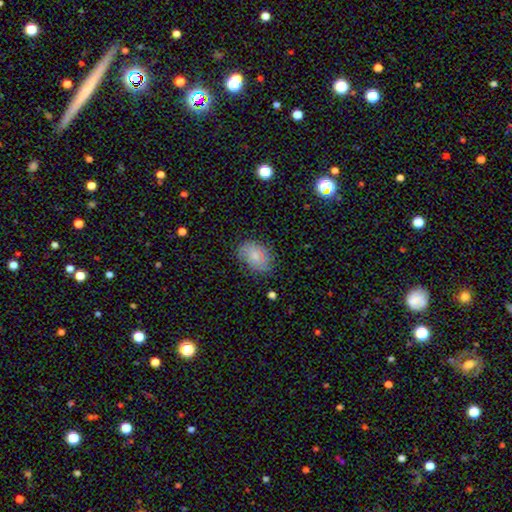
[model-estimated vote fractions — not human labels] The model was most divided on "merging": none: 74%, minor disturbance: 20%, major disturbance: 5%, merger: 1%. More confident: how rounded — in between (79%); smooth or featured — smooth (77%).